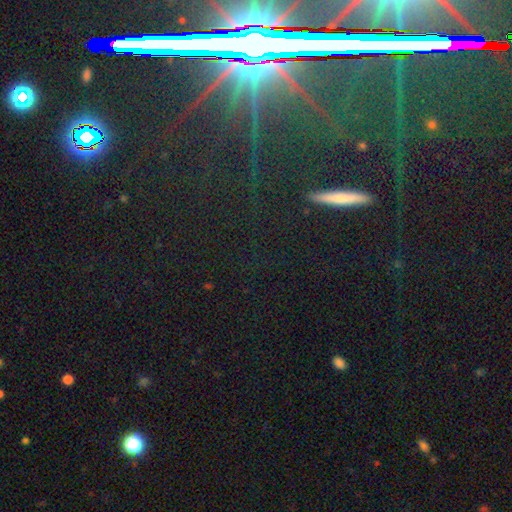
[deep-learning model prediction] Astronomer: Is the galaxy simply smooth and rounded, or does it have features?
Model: star or artifact — 60%.